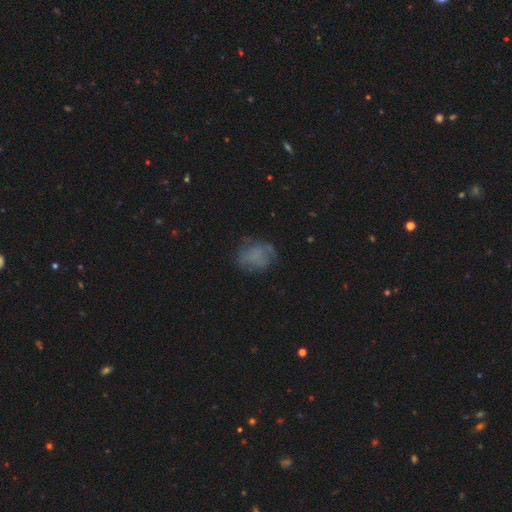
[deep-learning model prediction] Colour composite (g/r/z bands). It shows a smooth galaxy with no disk features (58%) that is in between round and cigar-shaped (50%). Merging: none (59%).